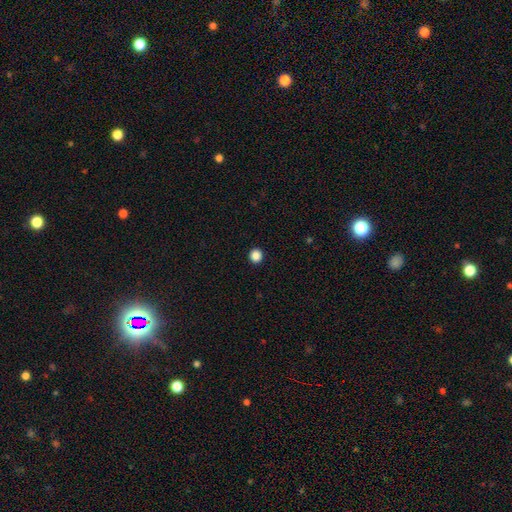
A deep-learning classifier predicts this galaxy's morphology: Q: Smooth or featured?
A: smooth (86%); runner-up: star or artifact (11%)
Q: How rounded?
A: round (92%); runner-up: in between (7%)
Q: Merging?
A: none (94%); runner-up: minor disturbance (4%)